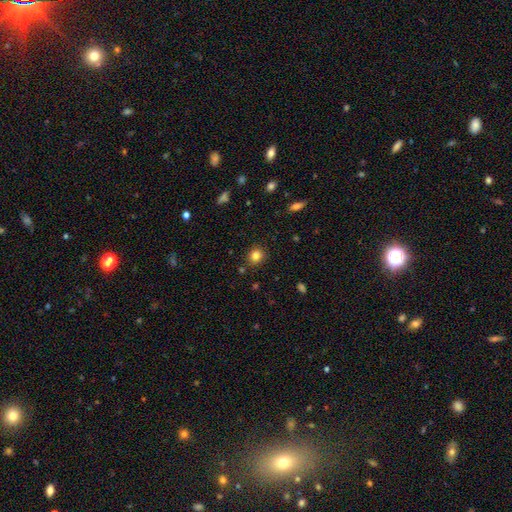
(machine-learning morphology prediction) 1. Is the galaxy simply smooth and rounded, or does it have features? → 82% smooth, 12% star or artifact, 5% featured or disk.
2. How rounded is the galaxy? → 86% round, 13% in between, 1% cigar-shaped.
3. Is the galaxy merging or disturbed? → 88% none, 8% minor disturbance, 2% major disturbance, 2% merger.